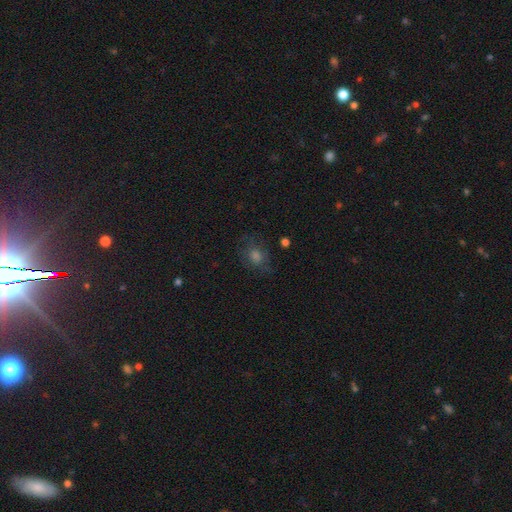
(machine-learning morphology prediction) Smooth or featured? smooth (53%)
How rounded? round (61%)
Merging? none (71%)